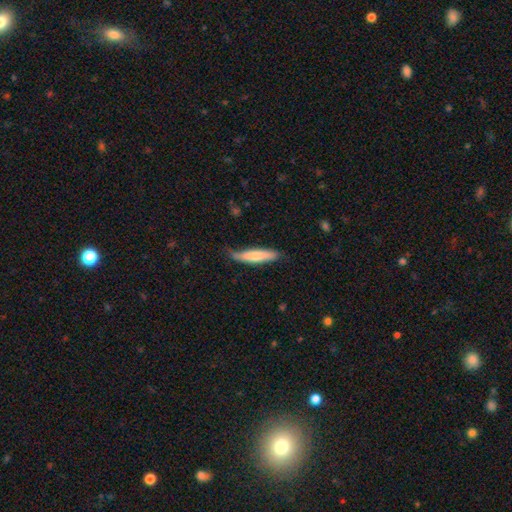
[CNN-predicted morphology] smooth 71%, featured or disk 24%, star or artifact 5%. Down the decision tree: how rounded — cigar-shaped (83%); merging — none (63%).